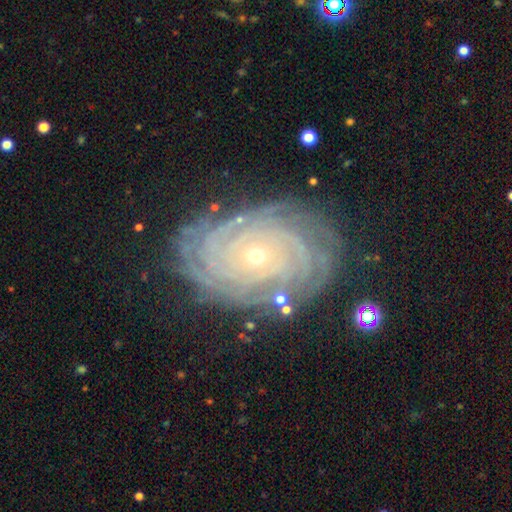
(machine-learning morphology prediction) featured or disk 88%, star or artifact 7%, smooth 5%. Down the decision tree: edge-on disk — no (96%); bar — no (79%); spiral arms — yes (98%); spiral arm count — more than 4 (27%); spiral winding — tight (89%); bulge size — small (74%); merging — none (81%).